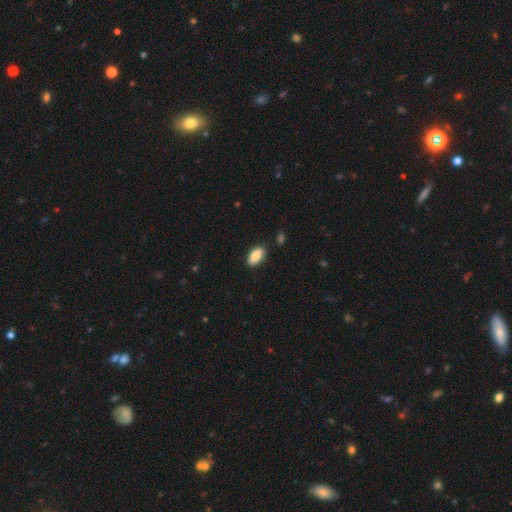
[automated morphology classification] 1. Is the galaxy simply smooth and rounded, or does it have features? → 87% smooth, 7% star or artifact, 7% featured or disk.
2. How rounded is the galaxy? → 93% in between, 4% cigar-shaped, 3% round.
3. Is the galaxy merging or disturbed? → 85% none, 12% minor disturbance, 2% major disturbance, 2% merger.